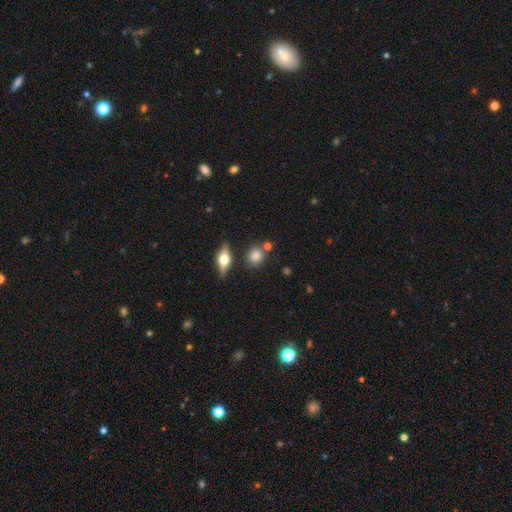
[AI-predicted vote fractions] Smooth or featured? Predicted: smooth (p=0.78). How rounded? Predicted: round (p=0.82). Merging? Predicted: none (p=0.77).